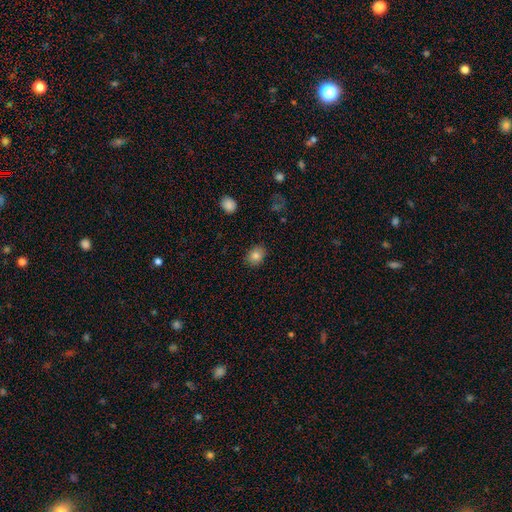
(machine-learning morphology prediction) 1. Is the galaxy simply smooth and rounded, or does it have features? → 83% smooth, 10% star or artifact, 7% featured or disk.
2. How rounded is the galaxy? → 57% in between, 42% round, 1% cigar-shaped.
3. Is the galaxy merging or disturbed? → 85% none, 11% minor disturbance, 3% major disturbance, 1% merger.